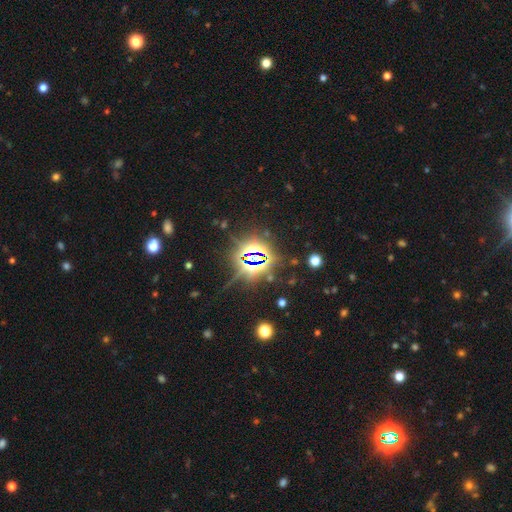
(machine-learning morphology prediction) A star or artifact, not a galaxy (82%).